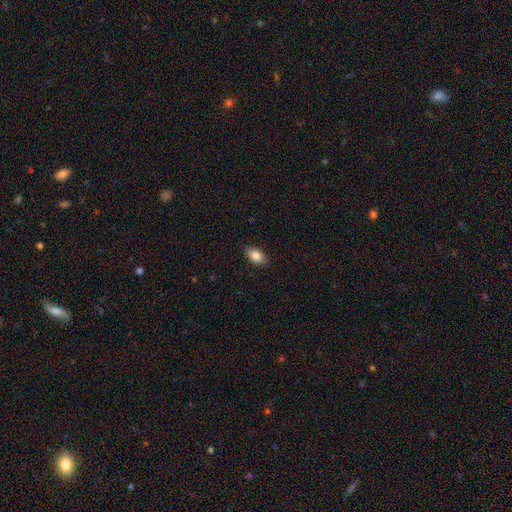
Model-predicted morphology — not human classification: Overall: smooth (84%). How rounded: in between (91%). Merging: none (88%).